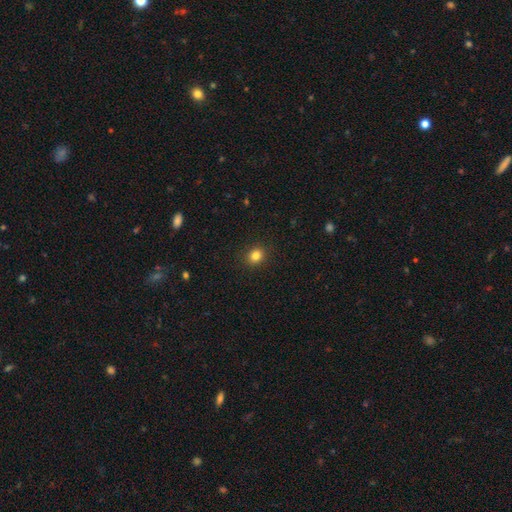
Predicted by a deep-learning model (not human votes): smooth_or_featured: smooth (p=0.83) [alt: star or artifact p=0.12]
how_rounded: round (p=0.71) [alt: in between p=0.28]
merging: none (p=0.90) [alt: minor disturbance p=0.07]